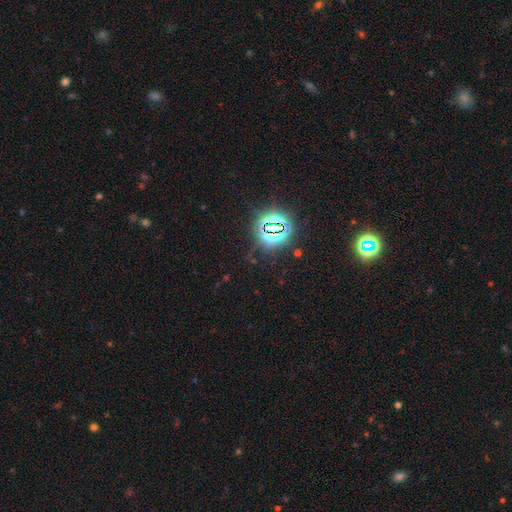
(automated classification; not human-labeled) Q: Smooth or featured?
A: star or artifact (82%); runner-up: smooth (11%)